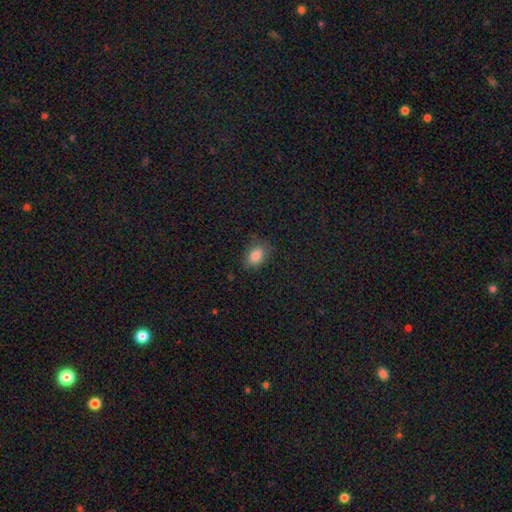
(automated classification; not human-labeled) Smooth or featured? smooth (83%)
How rounded? in between (78%)
Merging? none (75%)